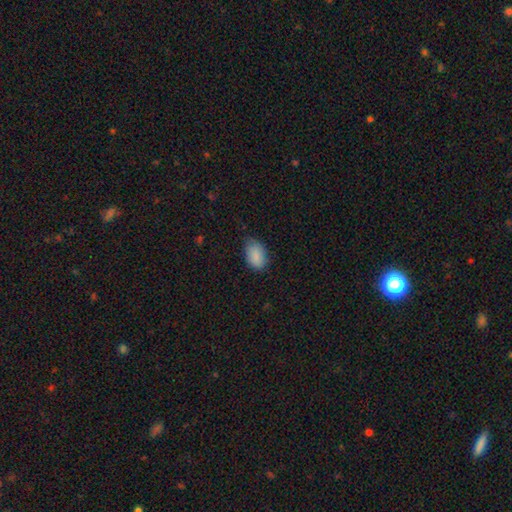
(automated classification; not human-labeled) Smooth or featured: smooth — 88% (star or artifact — 7%)
How rounded: in between — 89% (round — 10%)
Merging: none — 60% (minor disturbance — 33%)